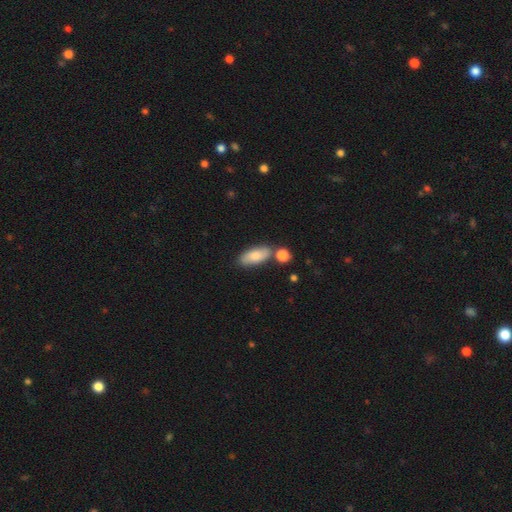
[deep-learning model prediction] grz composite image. It shows a smooth galaxy with no disk features (76%) that is in between round and cigar-shaped (82%). Merging: none (68%).